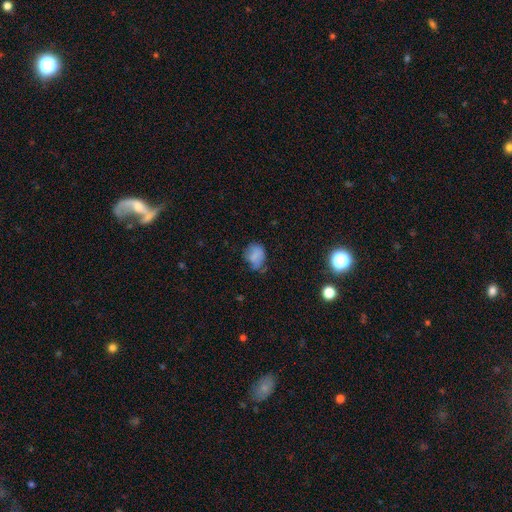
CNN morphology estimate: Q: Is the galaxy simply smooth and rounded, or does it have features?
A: smooth — 72%.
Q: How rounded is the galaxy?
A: in between — 56%.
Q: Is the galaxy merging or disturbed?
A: none — 46%.